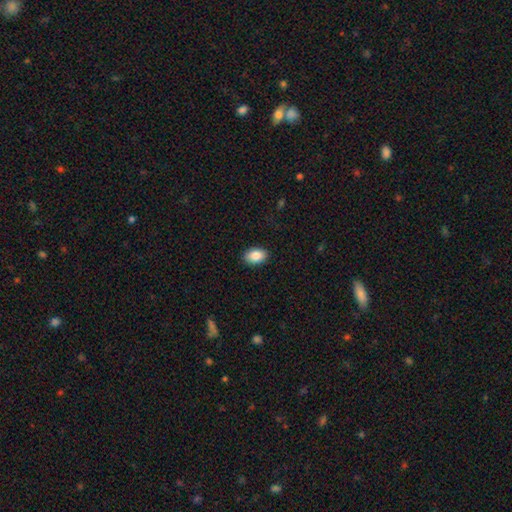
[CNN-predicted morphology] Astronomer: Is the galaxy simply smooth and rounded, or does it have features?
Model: smooth — 87%.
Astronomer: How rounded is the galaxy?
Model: in between — 88%.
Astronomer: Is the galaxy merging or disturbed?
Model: none — 89%.